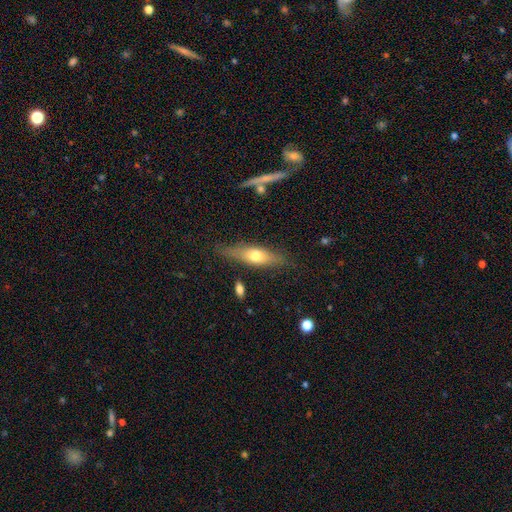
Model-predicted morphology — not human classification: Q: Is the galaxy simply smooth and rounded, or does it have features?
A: smooth — 54%.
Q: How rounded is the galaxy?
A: cigar-shaped — 55%.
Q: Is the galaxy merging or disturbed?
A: none — 77%.